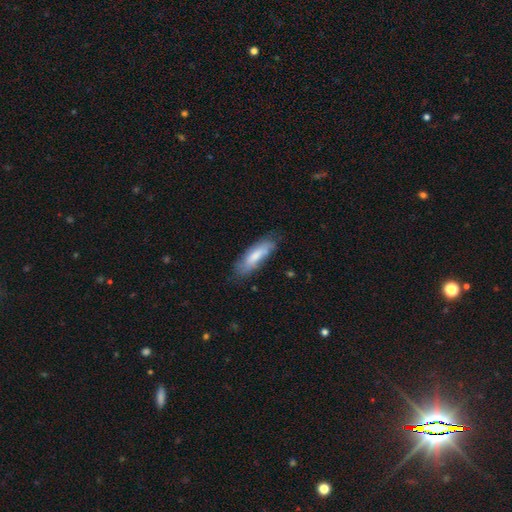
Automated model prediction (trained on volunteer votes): Smooth or featured? smooth (71%)
How rounded? in between (50%)
Merging? none (70%)